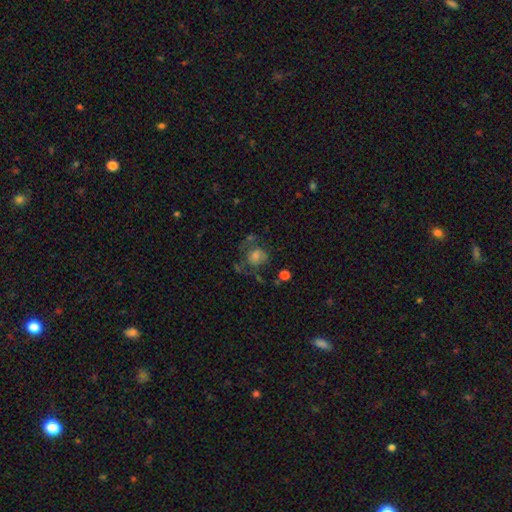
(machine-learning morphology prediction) Smooth or featured? Predicted: smooth (p=0.44). Merging? Predicted: none (p=0.43).